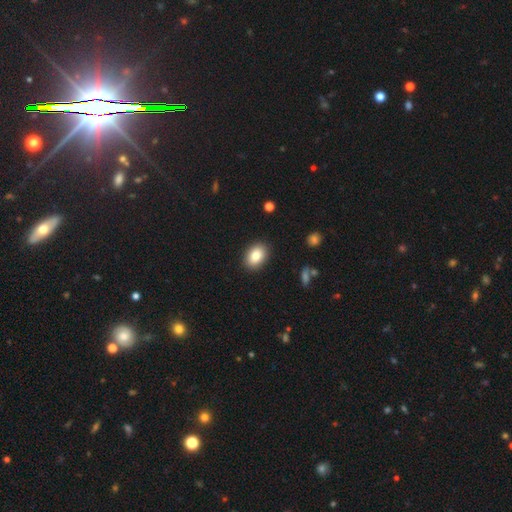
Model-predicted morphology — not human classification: Smooth or featured? smooth (84%)
How rounded? in between (81%)
Merging? none (89%)